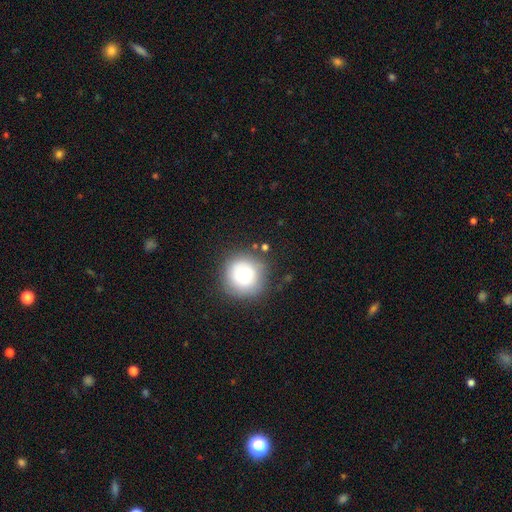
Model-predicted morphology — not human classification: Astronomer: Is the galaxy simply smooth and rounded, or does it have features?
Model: smooth — 53% (runner-up: star or artifact, 40%).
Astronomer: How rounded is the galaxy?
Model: round — 95%.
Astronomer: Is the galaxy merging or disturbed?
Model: none — 91%.